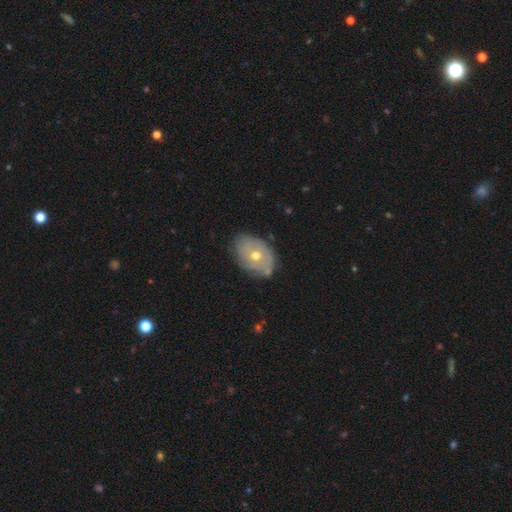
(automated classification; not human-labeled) Overall: featured or disk (57%; smooth 36%). Edge-on disk: no (93%). Bar: no (88%). Spiral arms: no (53%; yes 47%). Bulge size: moderate (70%). Merging: none (69%).